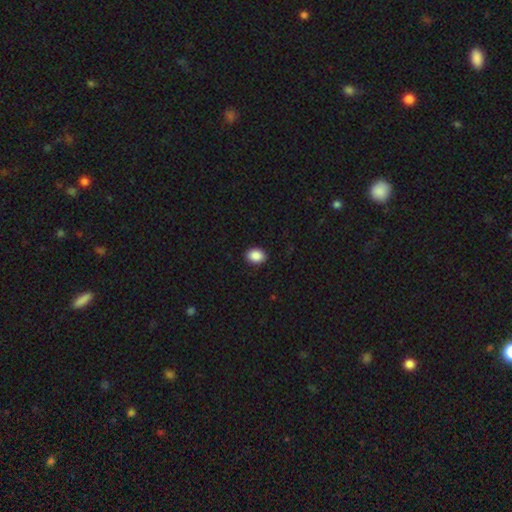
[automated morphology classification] Smooth or featured? smooth (90%)
How rounded? in between (65%)
Merging? none (91%)